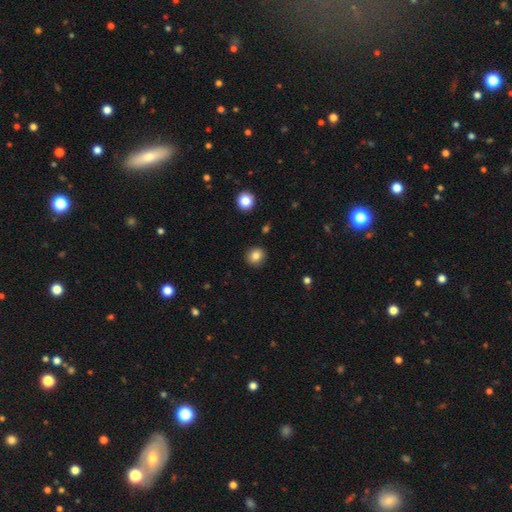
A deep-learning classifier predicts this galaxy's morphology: Smooth or featured? Predicted: smooth (p=0.83). How rounded? Predicted: round (p=0.88). Merging? Predicted: none (p=0.91).